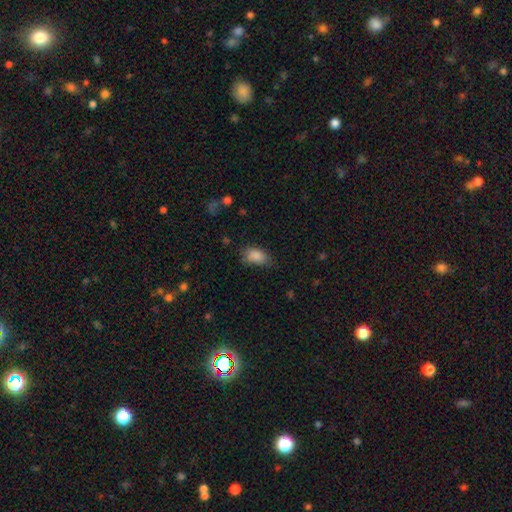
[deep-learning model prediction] This is clearly a smooth galaxy (87%). How rounded: clearly in between (90%). Merging: likely none (66%).